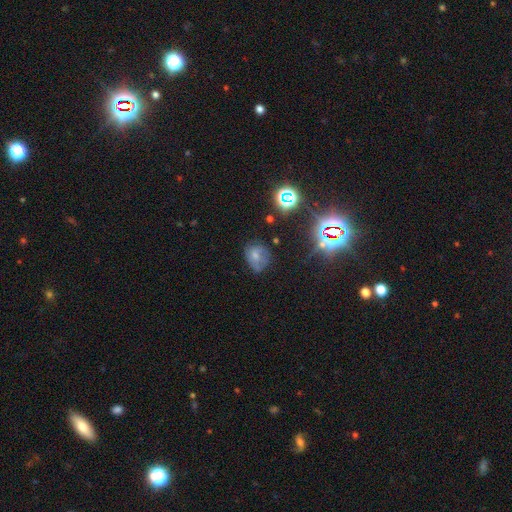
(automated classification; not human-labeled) A smooth galaxy with no disk features (48%). Merging: none (50%).